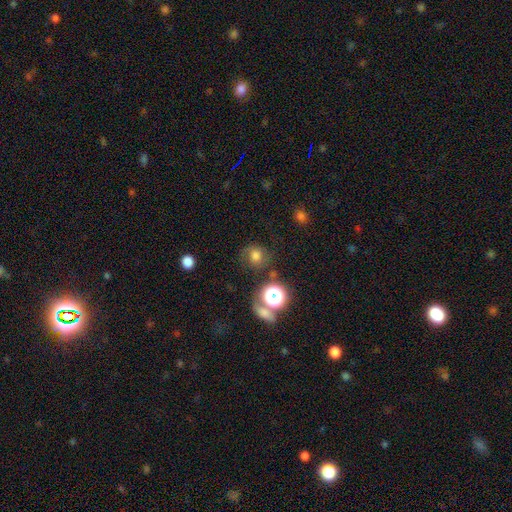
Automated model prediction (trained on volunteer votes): Smooth or featured?
  - smooth: 67% *
  - star or artifact: 19%
  - featured or disk: 15%
How rounded?
  - round: 83% *
  - in between: 16%
  - cigar-shaped: 1%
Merging?
  - none: 70% *
  - minor disturbance: 16%
  - major disturbance: 8%
  - merger: 6%